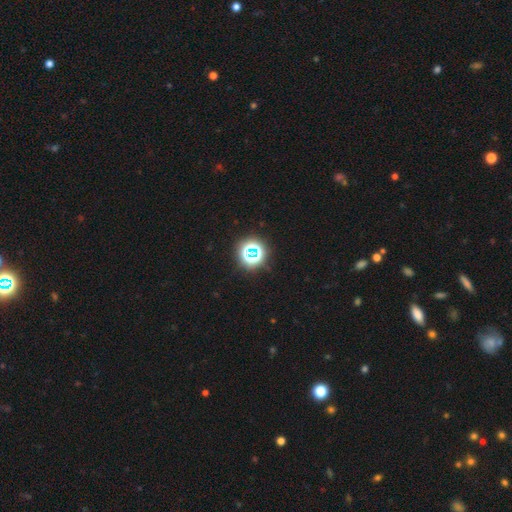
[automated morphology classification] The model was most divided on "smooth or featured": star or artifact: 66%, smooth: 24%, featured or disk: 10%.